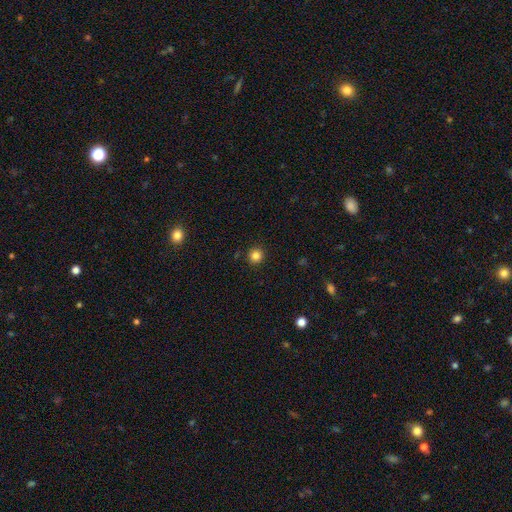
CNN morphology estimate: Smooth or featured: smooth — 83% (star or artifact — 12%)
How rounded: round — 93% (in between — 6%)
Merging: none — 92% (minor disturbance — 5%)